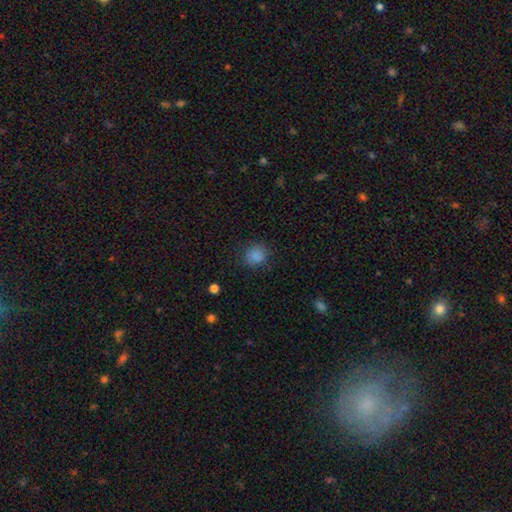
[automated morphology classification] Smooth or featured: smooth — 85% (star or artifact — 11%)
How rounded: round — 81% (in between — 18%)
Merging: none — 83% (minor disturbance — 12%)